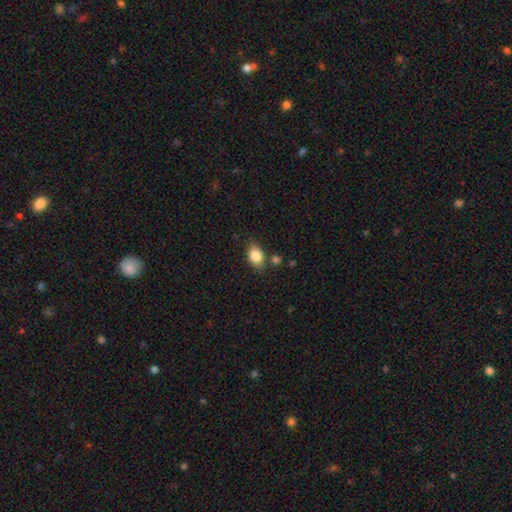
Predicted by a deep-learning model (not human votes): Morphology: type=smooth (85%); roundness=in between (77%); merging=none (75%).